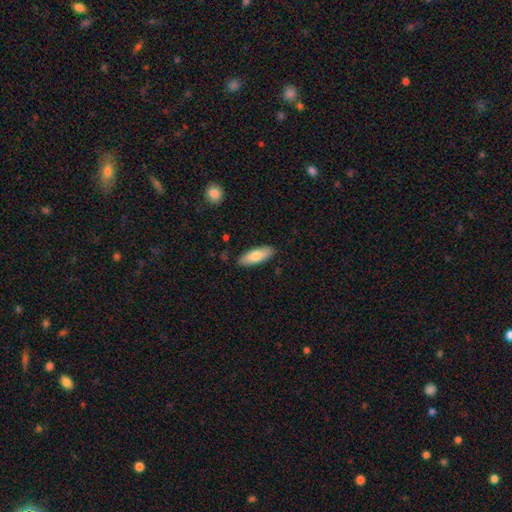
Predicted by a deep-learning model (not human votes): This appears to be a smooth galaxy with no disk features (79%) that is in between round and cigar-shaped (69%). Merging: none (87%).